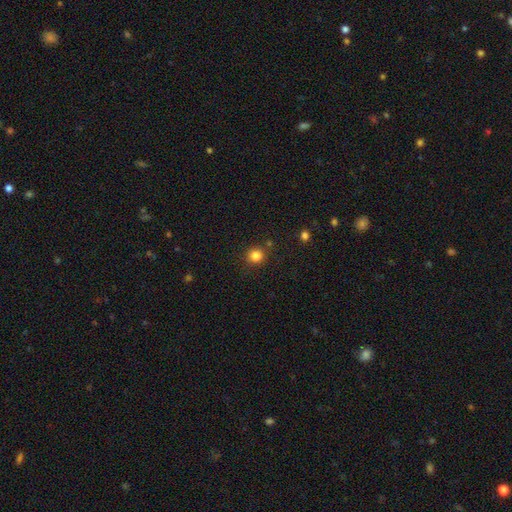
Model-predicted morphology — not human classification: Smooth or featured?
  - smooth: 83% *
  - star or artifact: 12%
  - featured or disk: 4%
How rounded?
  - round: 92% *
  - in between: 7%
  - cigar-shaped: 1%
Merging?
  - none: 86% *
  - minor disturbance: 7%
  - merger: 4%
  - major disturbance: 2%